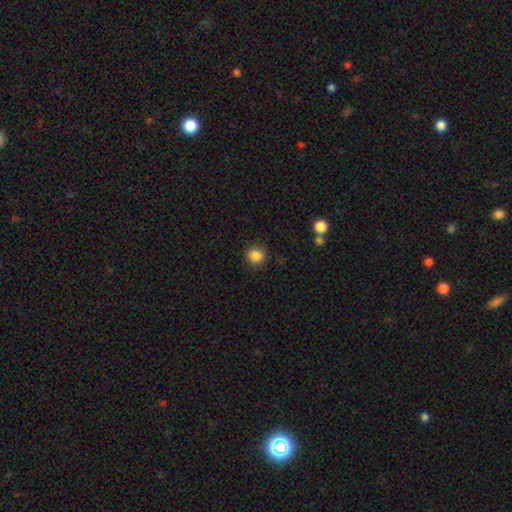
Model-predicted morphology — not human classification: A smooth galaxy with no disk features (85%) that is round (88%). Merging: none (88%).